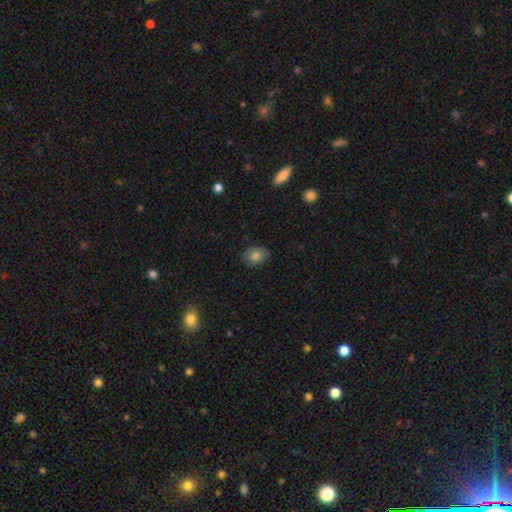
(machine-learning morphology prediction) smooth 83%, star or artifact 9%, featured or disk 8%. Down the decision tree: how rounded — in between (59%); merging — none (80%).